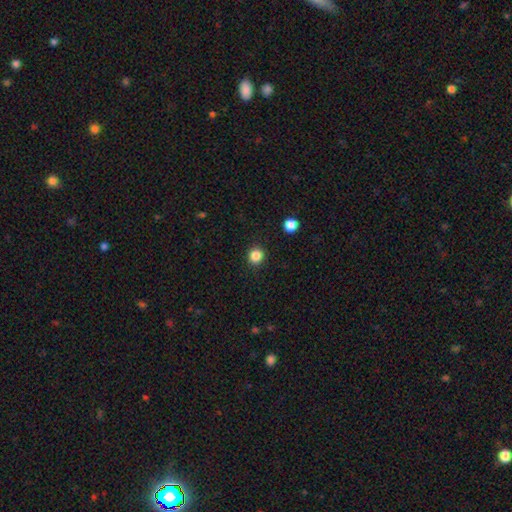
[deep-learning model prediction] Morphology: type=smooth (85%); roundness=round (92%); merging=none (91%).